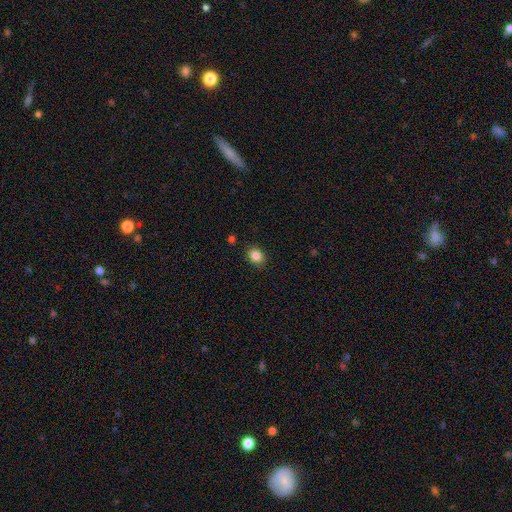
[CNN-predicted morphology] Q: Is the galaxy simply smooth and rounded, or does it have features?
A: smooth — 86%.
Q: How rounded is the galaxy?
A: round — 53%.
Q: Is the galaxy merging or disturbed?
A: none — 87%.